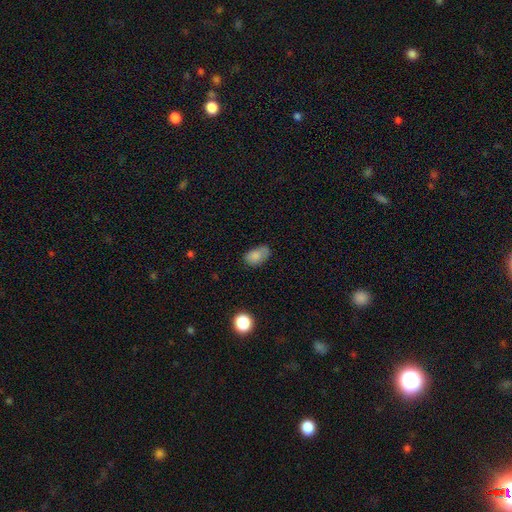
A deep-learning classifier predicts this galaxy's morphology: Smooth or featured?
  - smooth: 79% *
  - featured or disk: 10%
  - star or artifact: 10%
How rounded?
  - in between: 87% *
  - round: 12%
  - cigar-shaped: 2%
Merging?
  - none: 52% *
  - minor disturbance: 34%
  - major disturbance: 10%
  - merger: 4%